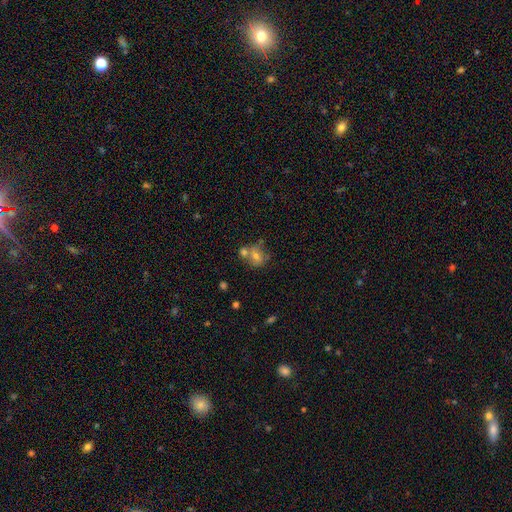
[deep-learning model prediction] This appears to be a smooth galaxy with no disk features (53%) that is round (62%). Merging: none (46%).